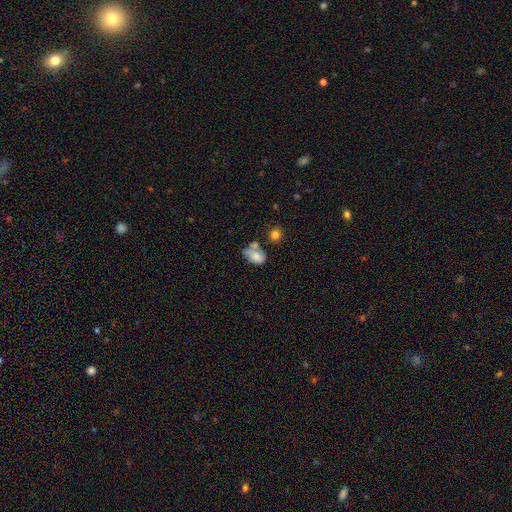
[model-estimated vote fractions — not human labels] smooth 70%, featured or disk 21%, star or artifact 9%. Down the decision tree: how rounded — in between (80%); merging — merger (31%).